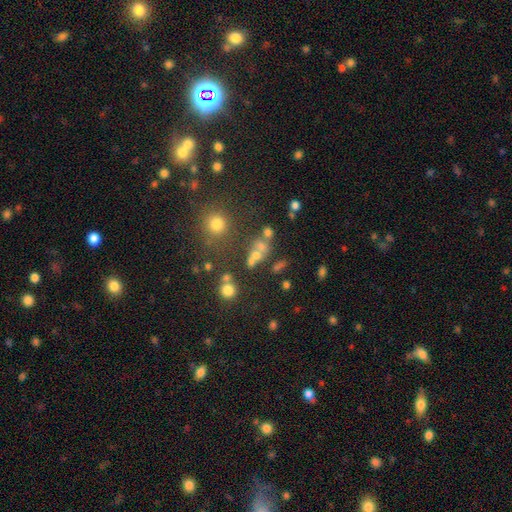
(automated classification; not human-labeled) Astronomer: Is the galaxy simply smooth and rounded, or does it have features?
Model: smooth — 50% (runner-up: star or artifact, 33%).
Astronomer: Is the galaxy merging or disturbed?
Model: none — 53%.